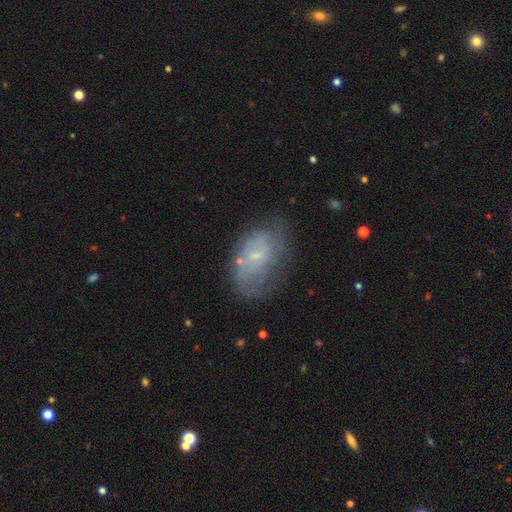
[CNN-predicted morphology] smooth_or_featured: featured or disk (p=0.52) [alt: smooth p=0.37]
disk_edge_on: no (p=0.95) [alt: yes p=0.05]
merging: none (p=0.51) [alt: minor disturbance p=0.27]